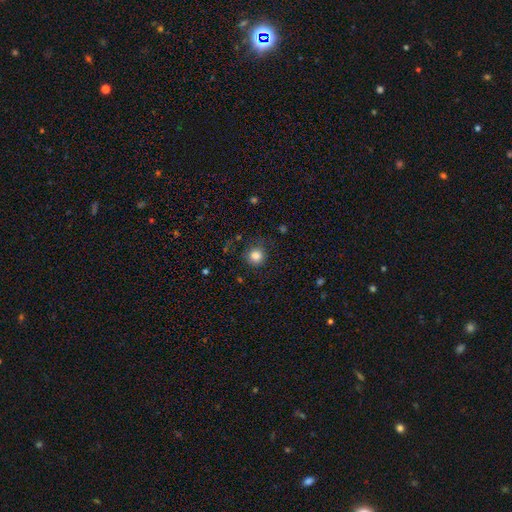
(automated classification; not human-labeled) Smooth or featured? Predicted: smooth (p=0.84). How rounded? Predicted: round (p=0.91). Merging? Predicted: none (p=0.78).